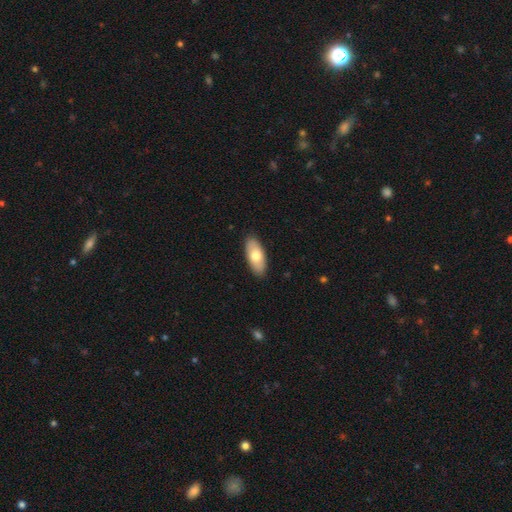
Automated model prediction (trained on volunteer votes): Smooth or featured? Predicted: smooth (p=0.72). How rounded? Predicted: in between (p=0.87). Merging? Predicted: none (p=0.89).